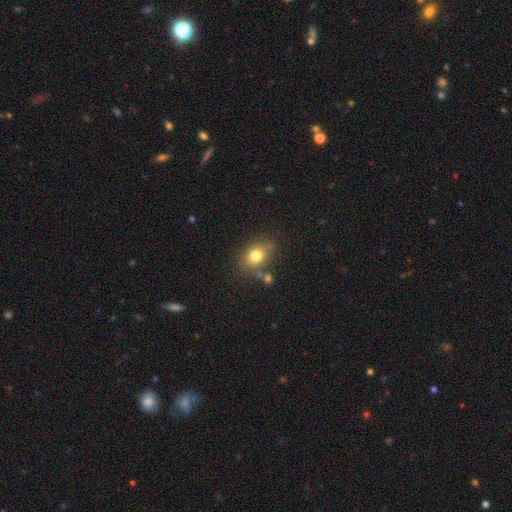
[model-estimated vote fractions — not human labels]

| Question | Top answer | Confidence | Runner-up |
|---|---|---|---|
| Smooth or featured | smooth | 78% | star or artifact (11%) |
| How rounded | in between | 56% | round (43%) |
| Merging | none | 70% | minor disturbance (15%) |